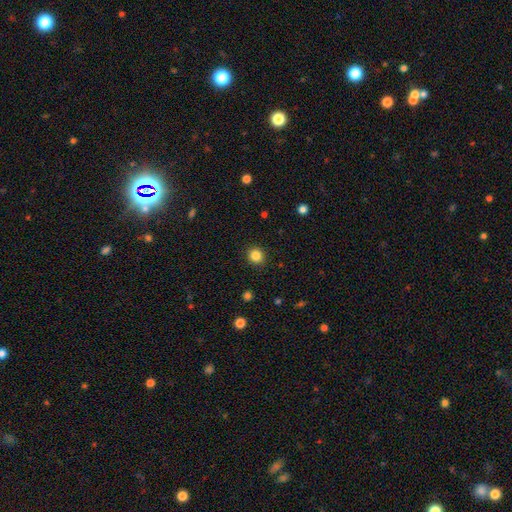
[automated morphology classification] This is clearly a smooth galaxy (84%). How rounded: clearly round (90%). Merging: clearly none (91%).